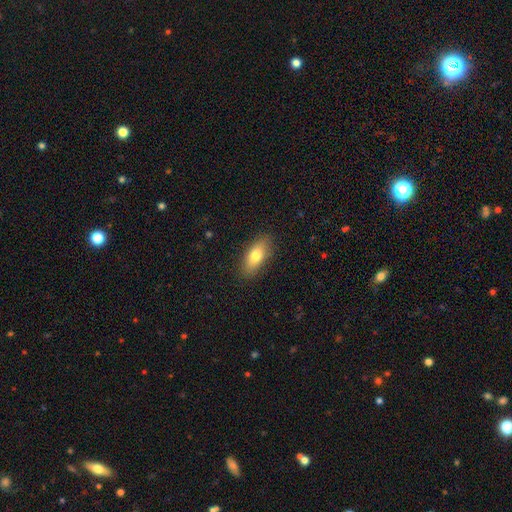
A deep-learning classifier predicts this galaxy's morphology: smooth-or-featured: smooth: 77% | featured or disk: 16% | star or artifact: 7%
  how-rounded: in between: 82% | cigar-shaped: 14% | round: 4%
  merging: none: 86% | minor disturbance: 10% | major disturbance: 2% | merger: 1%